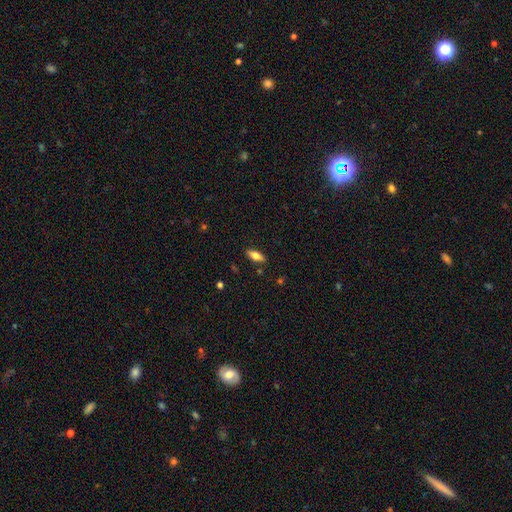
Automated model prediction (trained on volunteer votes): Smooth or featured? Predicted: smooth (p=0.71). How rounded? Predicted: in between (p=0.78). Merging? Predicted: none (p=0.87).